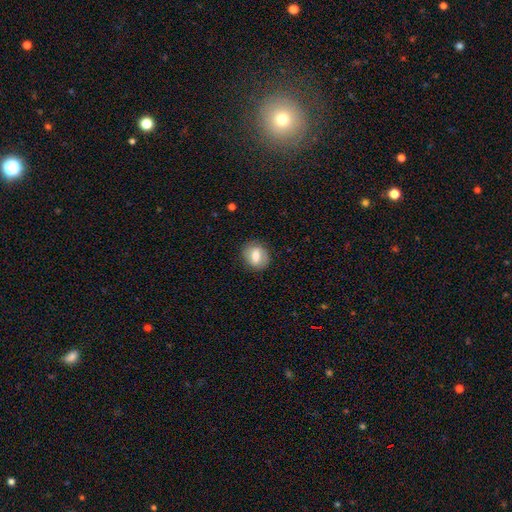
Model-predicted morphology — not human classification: type=smooth (70%); roundness=round (52%); merging=none (83%).